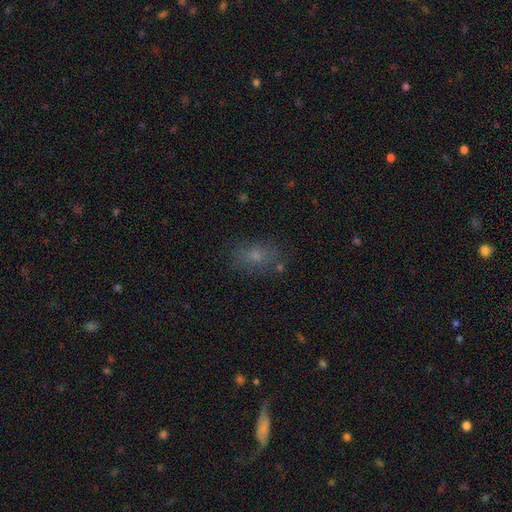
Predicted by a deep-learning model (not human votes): This is likely a smooth galaxy (67%). How rounded: likely in between (75%). Merging: likely none (77%).